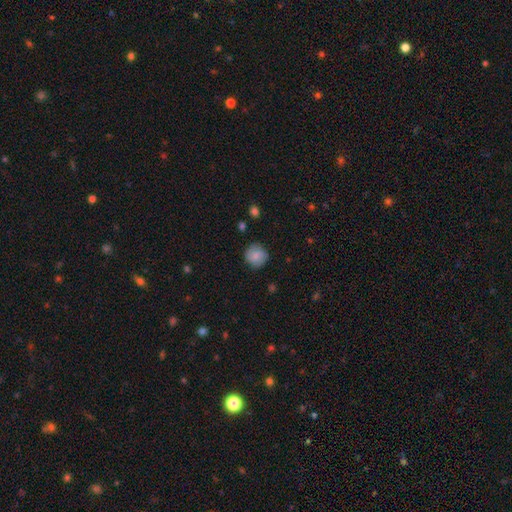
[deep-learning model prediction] Smooth or featured? Predicted: smooth (p=0.80). How rounded? Predicted: round (p=0.90). Merging? Predicted: none (p=0.81).